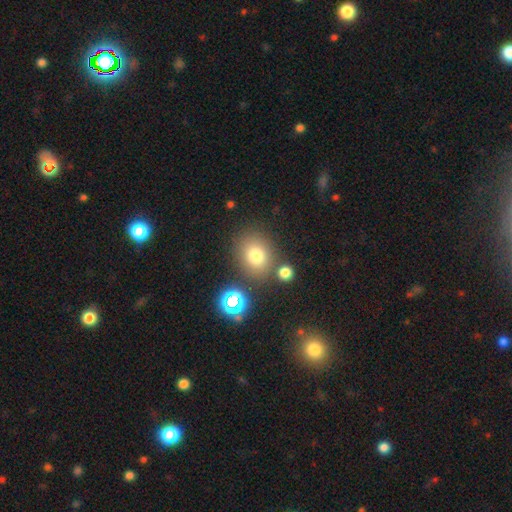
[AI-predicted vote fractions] Smooth or featured?
  - smooth: 75% *
  - star or artifact: 16%
  - featured or disk: 9%
How rounded?
  - round: 64% *
  - in between: 35%
  - cigar-shaped: 1%
Merging?
  - none: 75% *
  - minor disturbance: 11%
  - merger: 10%
  - major disturbance: 4%